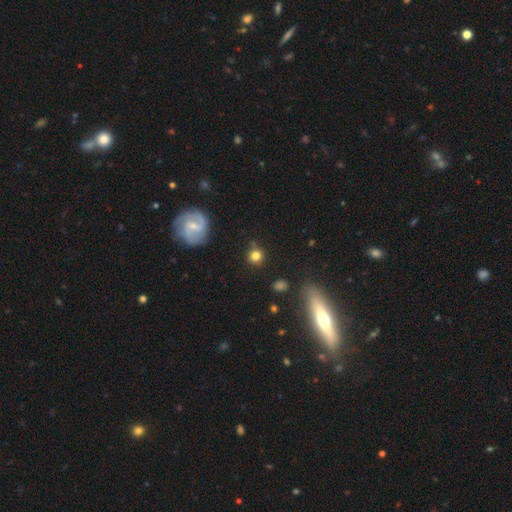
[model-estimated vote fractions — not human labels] smooth-or-featured: smooth: 78% | star or artifact: 12% | featured or disk: 9%
  how-rounded: round: 88% | in between: 11% | cigar-shaped: 1%
  merging: none: 76% | minor disturbance: 14% | merger: 5% | major disturbance: 5%